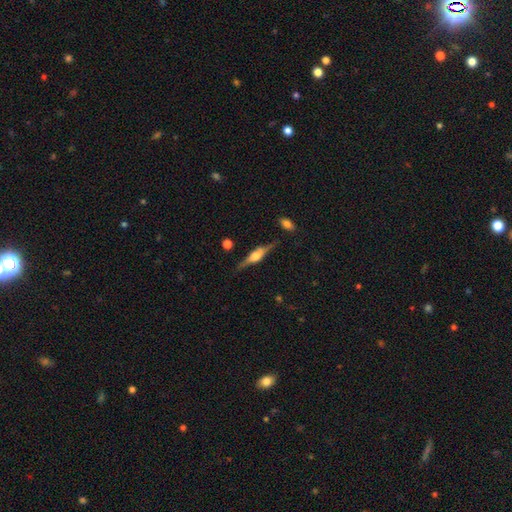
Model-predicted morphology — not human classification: Smooth or featured? Predicted: featured or disk (p=0.79). Edge-on disk? Predicted: yes (p=0.97). Edge-on bulge? Predicted: rounded (p=0.88). Merging? Predicted: none (p=0.83).